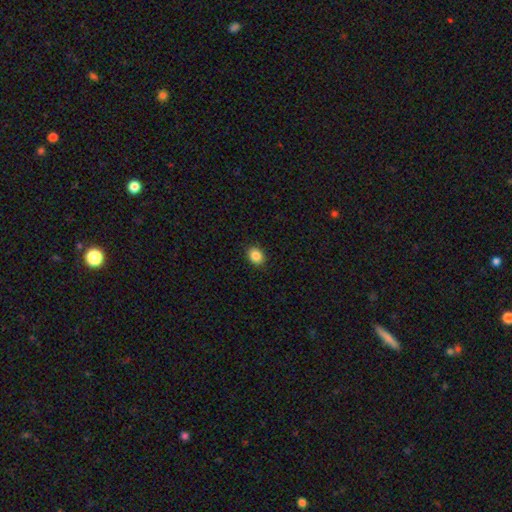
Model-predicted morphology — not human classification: type=smooth (87%); roundness=in between (58%); merging=none (90%).